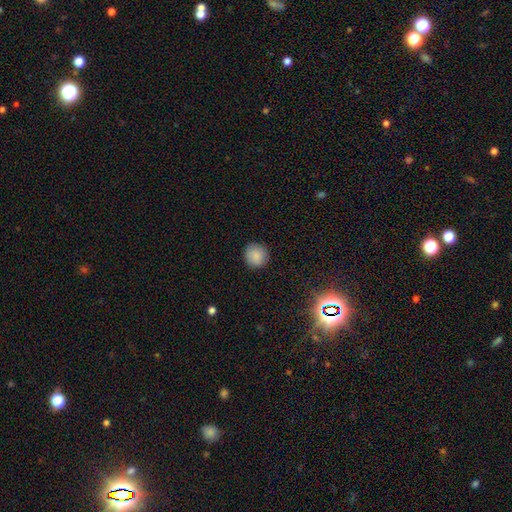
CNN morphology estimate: Overall: smooth (86%). How rounded: round (93%). Merging: none (89%).